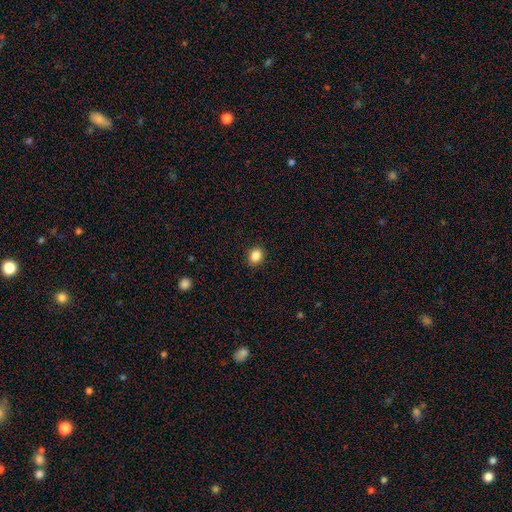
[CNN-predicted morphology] The model was most divided on "how rounded": round: 59%, in between: 40%, cigar-shaped: 1%. More confident: merging — none (90%); smooth or featured — smooth (86%).